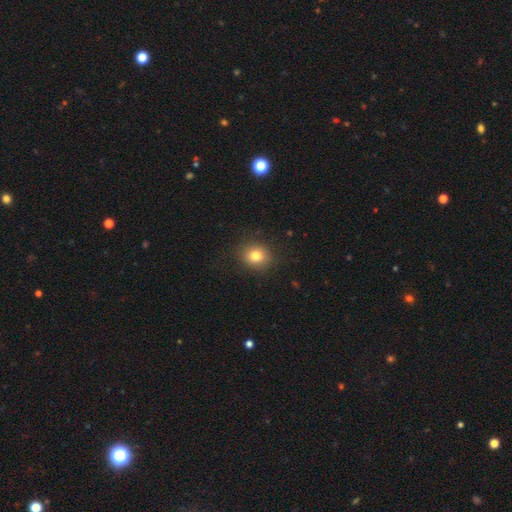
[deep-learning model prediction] A smooth galaxy with no disk features (80%) that is round (75%). Merging: none (87%).